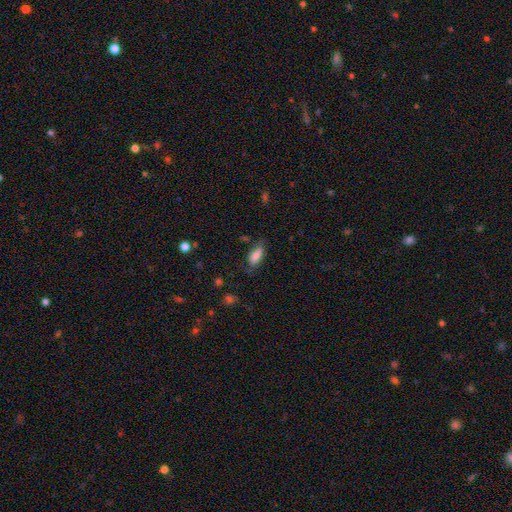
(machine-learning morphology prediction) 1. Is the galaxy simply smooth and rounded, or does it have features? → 77% smooth, 15% featured or disk, 8% star or artifact.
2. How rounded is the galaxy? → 81% in between, 17% cigar-shaped, 3% round.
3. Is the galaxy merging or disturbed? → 62% none, 26% minor disturbance, 9% major disturbance, 3% merger.